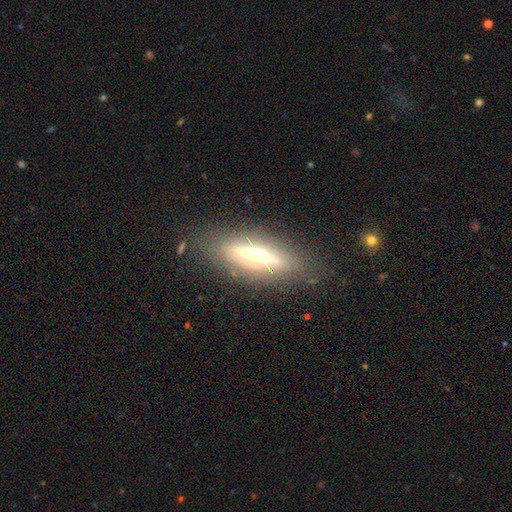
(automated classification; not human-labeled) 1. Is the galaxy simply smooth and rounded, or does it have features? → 62% featured or disk, 29% smooth, 8% star or artifact.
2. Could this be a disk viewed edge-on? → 84% yes, 16% no.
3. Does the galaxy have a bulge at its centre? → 81% rounded, 10% boxy, 9% none.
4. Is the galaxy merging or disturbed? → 83% none, 11% minor disturbance, 4% major disturbance, 2% merger.